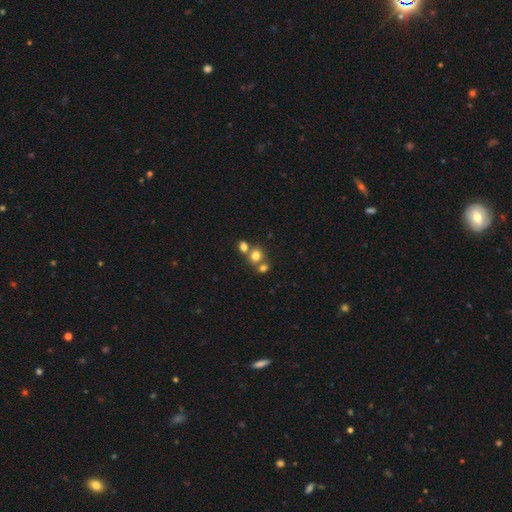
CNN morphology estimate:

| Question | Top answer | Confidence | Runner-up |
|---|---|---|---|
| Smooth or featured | smooth | 76% | star or artifact (14%) |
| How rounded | round | 81% | in between (18%) |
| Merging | none | 51% | merger (38%) |